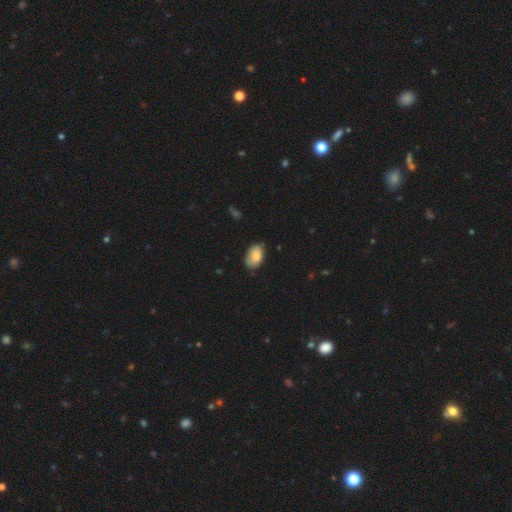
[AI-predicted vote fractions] A smooth galaxy with no disk features (82%) that is in between round and cigar-shaped (91%). Merging: none (69%).